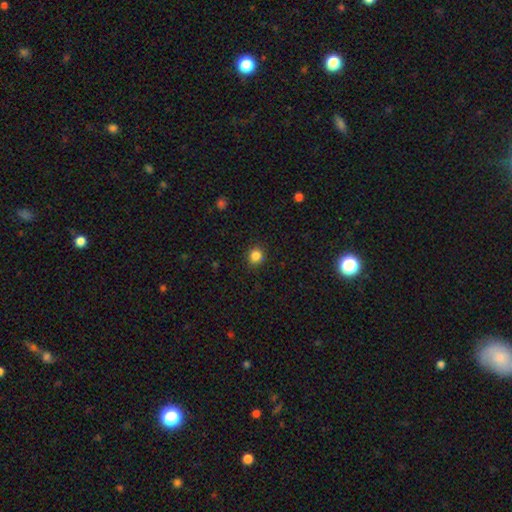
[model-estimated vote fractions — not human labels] A smooth galaxy with no disk features (85%) that is round (82%).

Vote fractions:
- Smooth or featured? smooth: 85% / star or artifact: 12% / featured or disk: 4%
- How rounded? round: 82% / in between: 18% / cigar-shaped: 1%
- Merging? none: 90% / minor disturbance: 7% / major disturbance: 2% / merger: 1%